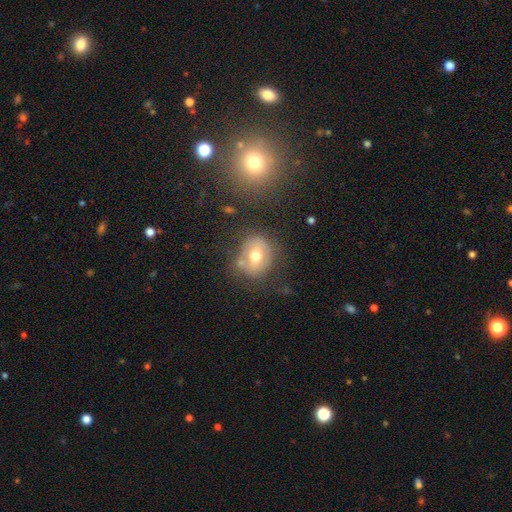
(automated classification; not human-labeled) A smooth galaxy with no disk features (50%) that is round (64%).

Vote fractions:
- Smooth or featured? smooth: 50% / featured or disk: 40% / star or artifact: 10%
- How rounded? round: 64% / in between: 35% / cigar-shaped: 1%
- Merging? none: 63% / minor disturbance: 19% / merger: 9% / major disturbance: 9%